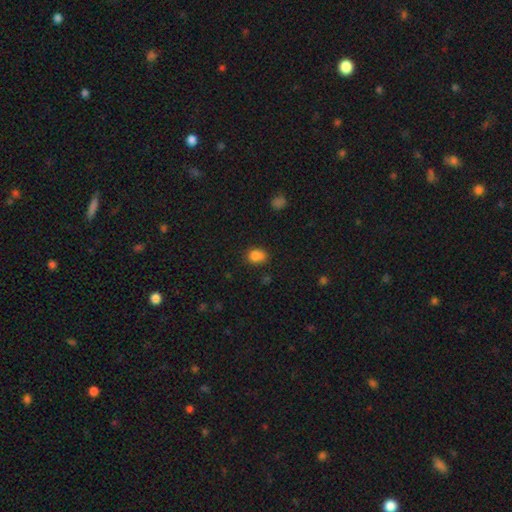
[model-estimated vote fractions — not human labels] A smooth galaxy with no disk features (84%) that is in between round and cigar-shaped (59%). Merging: none (67%).